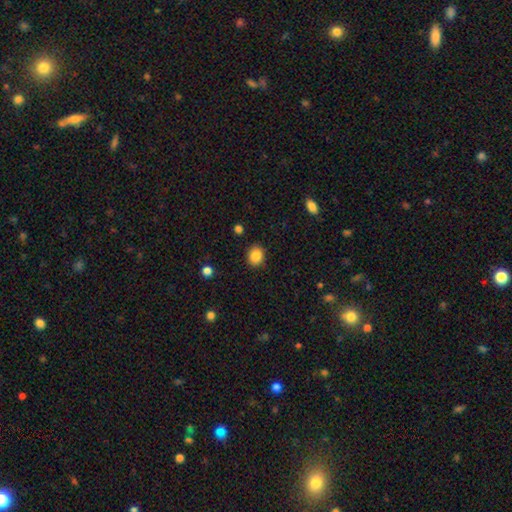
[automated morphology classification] This is clearly a smooth galaxy (85%). How rounded: likely round (63%). Merging: clearly none (88%).